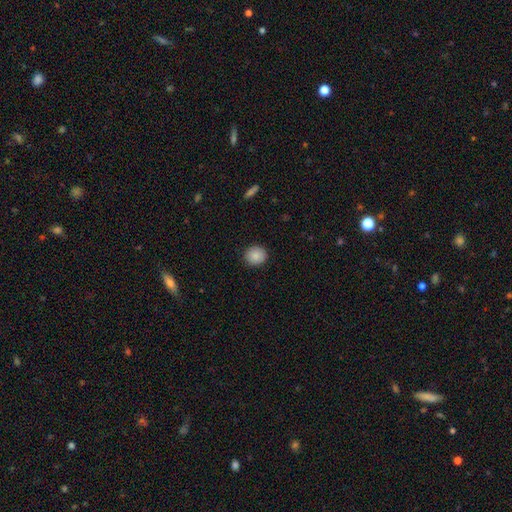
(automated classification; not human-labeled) smooth-or-featured: smooth: 87% | star or artifact: 8% | featured or disk: 5%
  how-rounded: round: 86% | in between: 14% | cigar-shaped: 1%
  merging: none: 91% | minor disturbance: 6% | major disturbance: 2% | merger: 1%